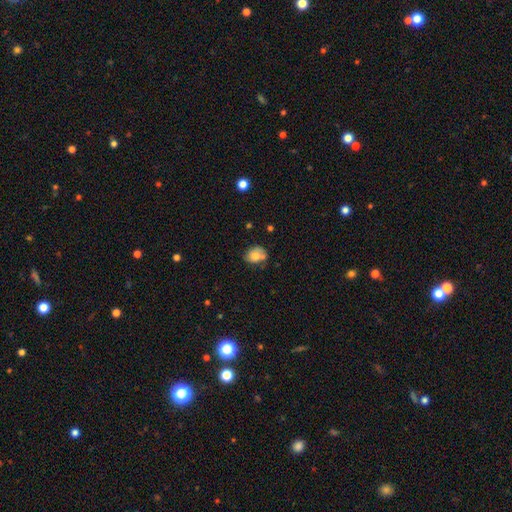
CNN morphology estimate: Smooth or featured? smooth (74%)
How rounded? in between (54%)
Merging? none (50%)